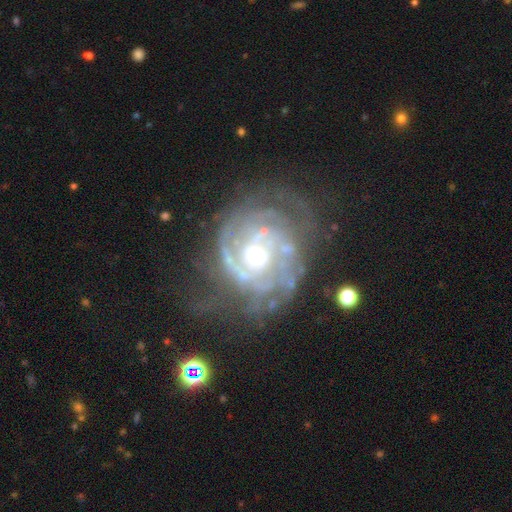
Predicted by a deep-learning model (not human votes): Q: Smooth or featured?
A: featured or disk (88%); runner-up: smooth (6%)
Q: Edge-on disk?
A: no (97%); runner-up: yes (3%)
Q: Bar?
A: no (68%); runner-up: weak (25%)
Q: Spiral arms?
A: yes (93%); runner-up: no (7%)
Q: Spiral winding?
A: tight (64%); runner-up: medium (28%)
Q: Spiral arm count?
A: can't tell (37%); runner-up: 2 (27%)
Q: Bulge size?
A: moderate (58%); runner-up: small (33%)
Q: Merging?
A: none (58%); runner-up: minor disturbance (22%)